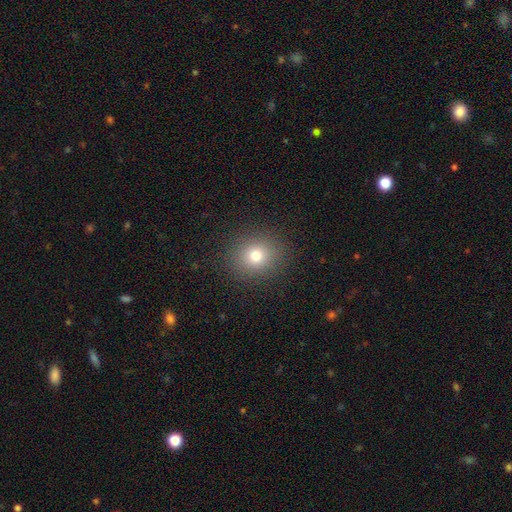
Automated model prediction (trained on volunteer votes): A smooth galaxy with no disk features (76%) that is round (70%).

Vote fractions:
- Smooth or featured? smooth: 76% / star or artifact: 15% / featured or disk: 9%
- How rounded? round: 70% / in between: 29% / cigar-shaped: 1%
- Merging? none: 89% / minor disturbance: 7% / major disturbance: 3% / merger: 1%